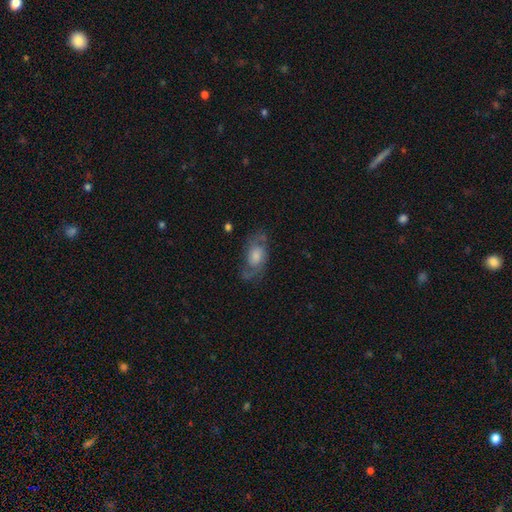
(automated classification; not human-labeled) smooth-or-featured: featured or disk: 64% | smooth: 27% | star or artifact: 9%
  disk-edge-on: no: 92% | yes: 8%
    bar: no: 68% | weak: 28% | strong: 4%
    has-spiral-arms: yes: 83% | no: 17%
    bulge-size: moderate: 39% | large: 30% | small: 20% | none: 7% | dominant: 3%
  merging: none: 66% | minor disturbance: 20% | major disturbance: 12% | merger: 2%